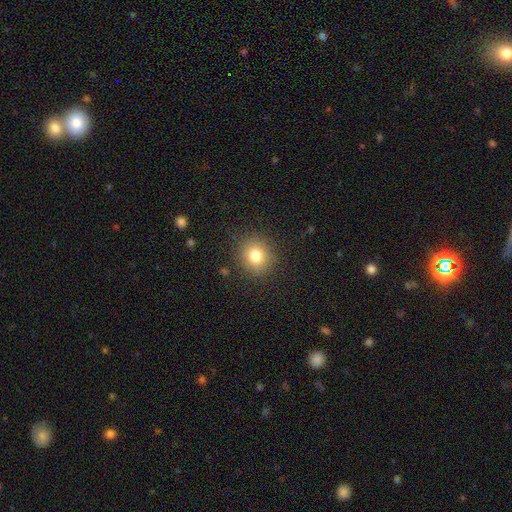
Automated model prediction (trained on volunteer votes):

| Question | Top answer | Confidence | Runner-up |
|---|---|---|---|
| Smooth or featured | smooth | 80% | star or artifact (12%) |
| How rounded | round | 85% | in between (14%) |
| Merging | none | 88% | minor disturbance (8%) |